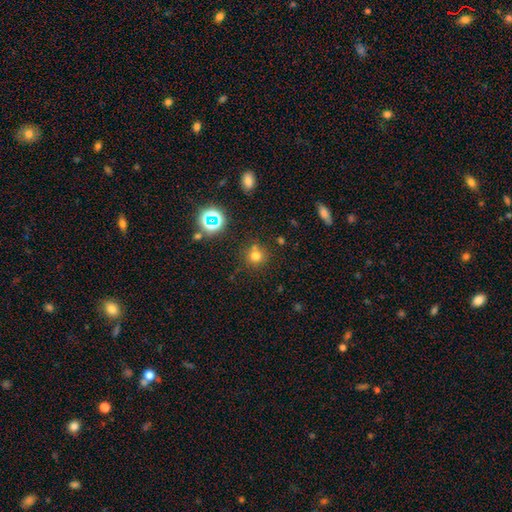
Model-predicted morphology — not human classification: smooth_or_featured: smooth (p=0.71) [alt: star or artifact p=0.21]
how_rounded: round (p=0.92) [alt: in between p=0.07]
merging: none (p=0.73) [alt: merger p=0.13]